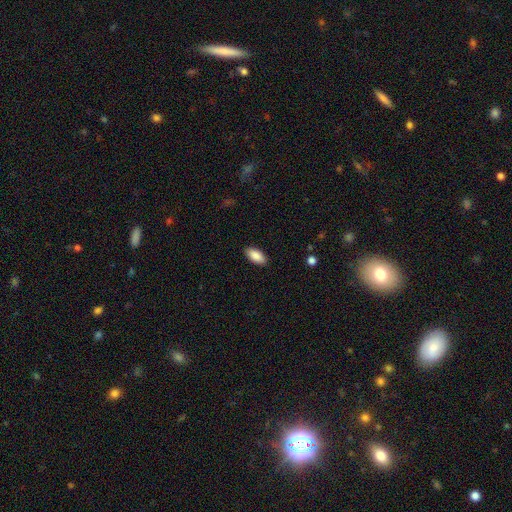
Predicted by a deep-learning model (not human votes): smooth 89%, star or artifact 6%, featured or disk 5%. Down the decision tree: how rounded — in between (92%); merging — none (89%).